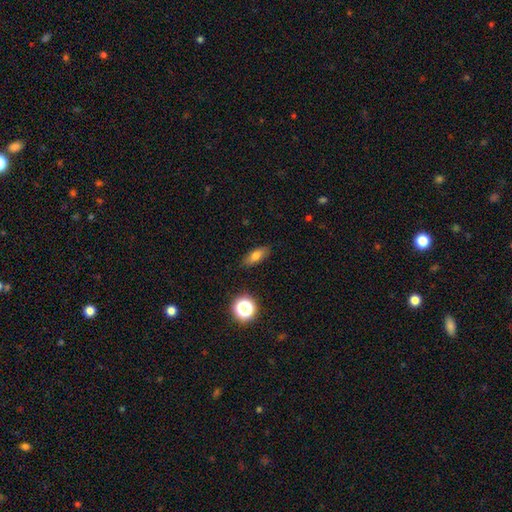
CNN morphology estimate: A smooth galaxy with no disk features (73%) that is in between round and cigar-shaped (70%). Merging: none (86%).